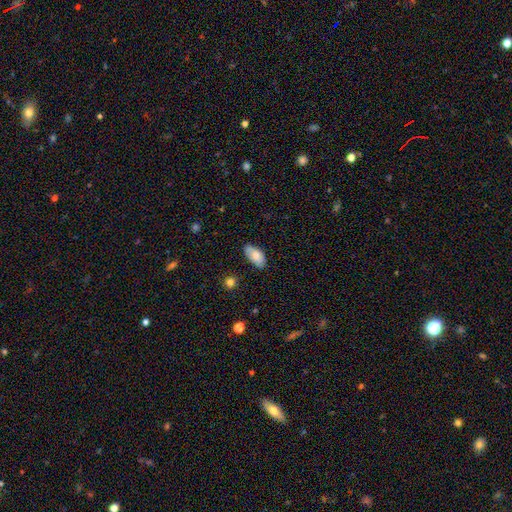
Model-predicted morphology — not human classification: smooth 76%, featured or disk 17%, star or artifact 7%. Down the decision tree: how rounded — in between (93%); merging — none (75%).